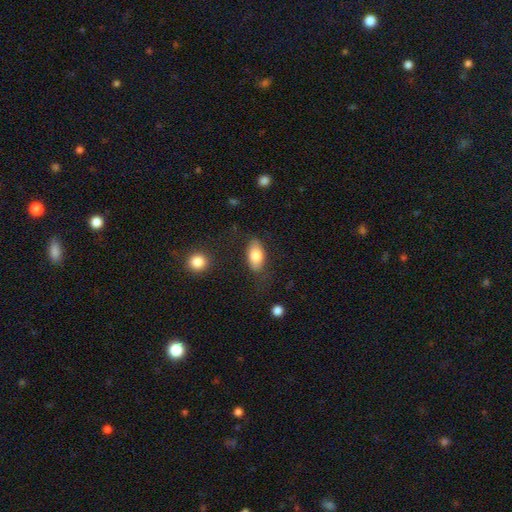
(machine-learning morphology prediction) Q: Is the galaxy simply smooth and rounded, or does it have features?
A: smooth — 80%.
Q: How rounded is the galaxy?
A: in between — 91%.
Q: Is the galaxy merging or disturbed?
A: none — 77%.